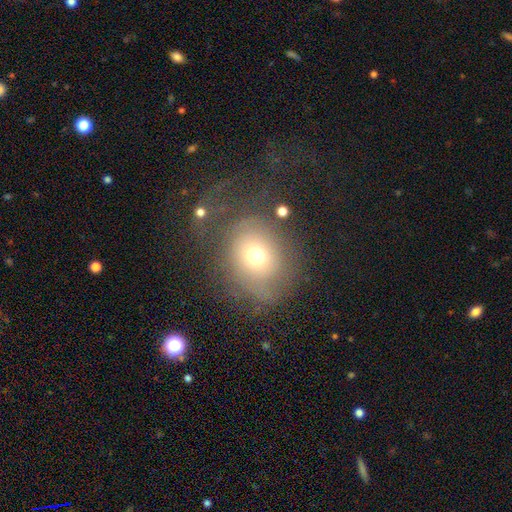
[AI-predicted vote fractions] A smooth galaxy with no disk features (61%) that is round (73%). Merging: none (42%).